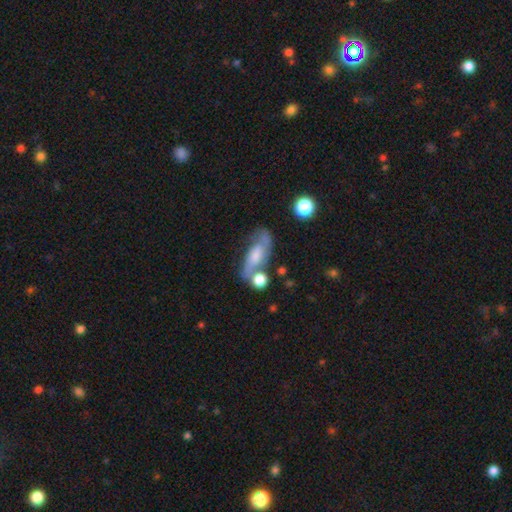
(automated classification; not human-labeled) Smooth or featured? featured or disk (61%)
Edge-on disk? no (82%)
Merging? none (50%)